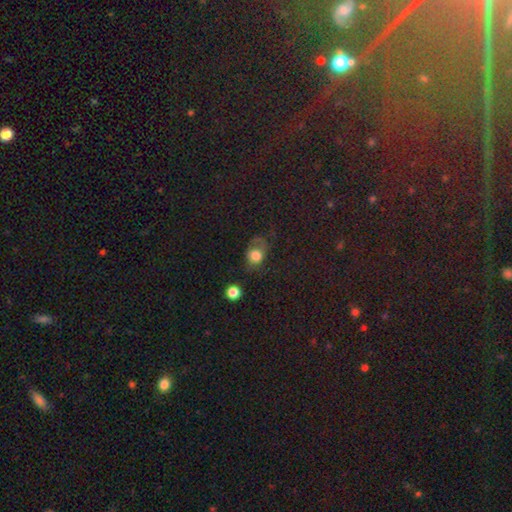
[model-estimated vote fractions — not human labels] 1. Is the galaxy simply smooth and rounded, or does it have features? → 70% smooth, 16% featured or disk, 13% star or artifact.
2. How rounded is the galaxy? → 57% round, 41% in between, 2% cigar-shaped.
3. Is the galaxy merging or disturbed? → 43% none, 27% minor disturbance, 26% major disturbance, 4% merger.